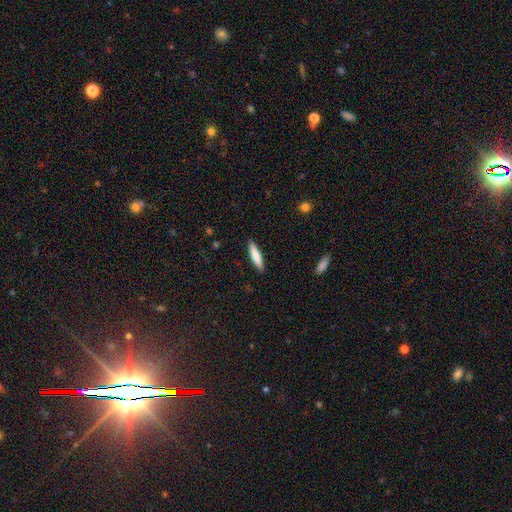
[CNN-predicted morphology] A smooth galaxy with no disk features (79%) that is cigar-shaped (82%).

Vote fractions:
- Smooth or featured? smooth: 79% / featured or disk: 16% / star or artifact: 5%
- How rounded? cigar-shaped: 82% / in between: 16% / round: 1%
- Merging? none: 90% / minor disturbance: 7% / major disturbance: 2% / merger: 1%